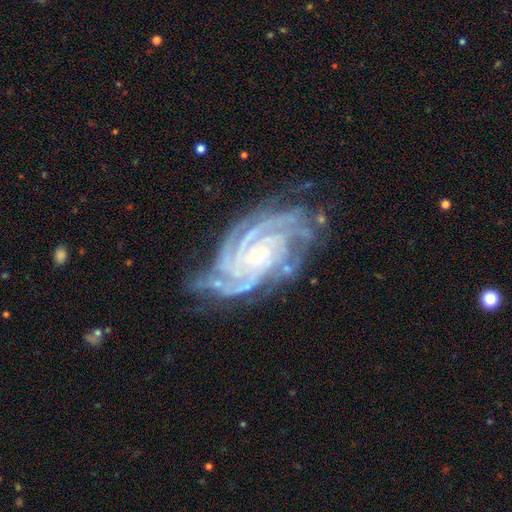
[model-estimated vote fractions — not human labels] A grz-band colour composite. It shows a featured or disk galaxy (92%) with no bar (63%), 4 (39%) tight (78%) spiral arms (99%) and a small central bulge (74%). Merging: none (69%).